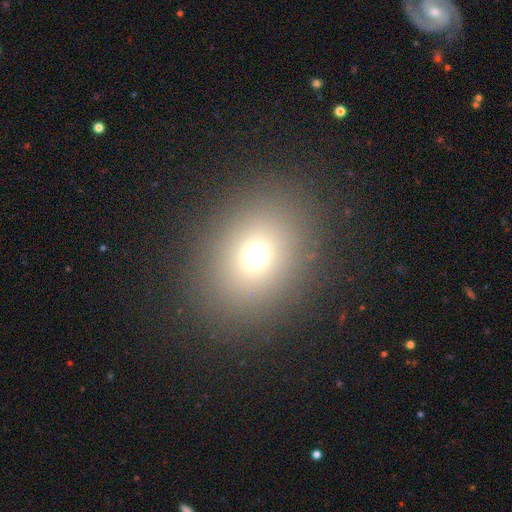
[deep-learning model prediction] This appears to be a smooth galaxy with no disk features (69%) that is round (53%). Merging: none (87%).